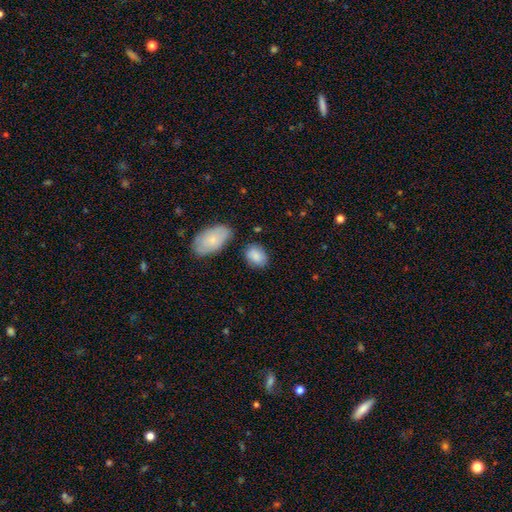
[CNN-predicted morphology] Q: Smooth or featured?
A: smooth (85%); runner-up: featured or disk (8%)
Q: How rounded?
A: in between (68%); runner-up: round (31%)
Q: Merging?
A: none (71%); runner-up: minor disturbance (18%)